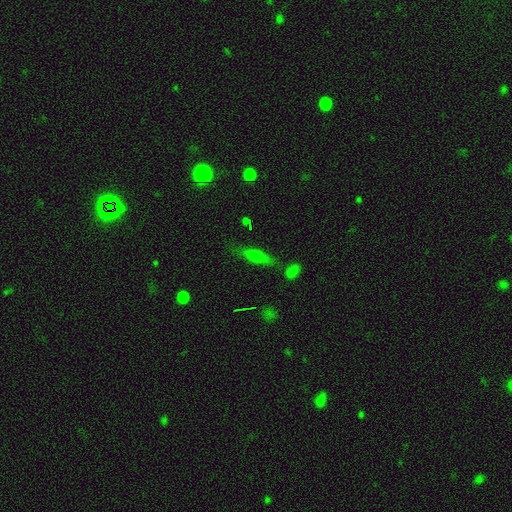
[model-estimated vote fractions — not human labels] smooth-or-featured: smooth: 55% | featured or disk: 30% | star or artifact: 14%
  how-rounded: cigar-shaped: 60% | in between: 35% | round: 4%
  merging: none: 74% | minor disturbance: 15% | merger: 6% | major disturbance: 5%